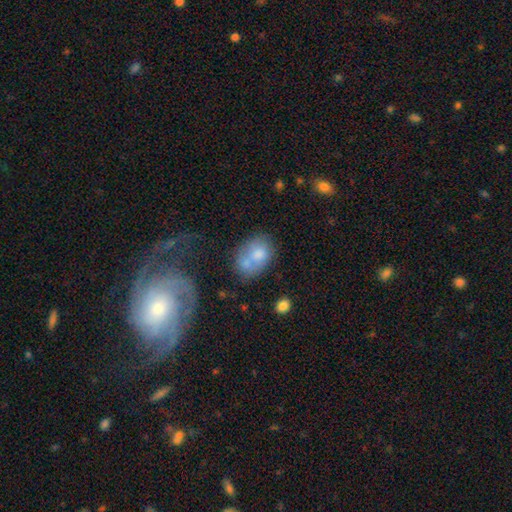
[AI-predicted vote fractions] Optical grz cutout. It shows a smooth galaxy with no disk features (69%) that is in between round and cigar-shaped (74%). Merging: none (37%).